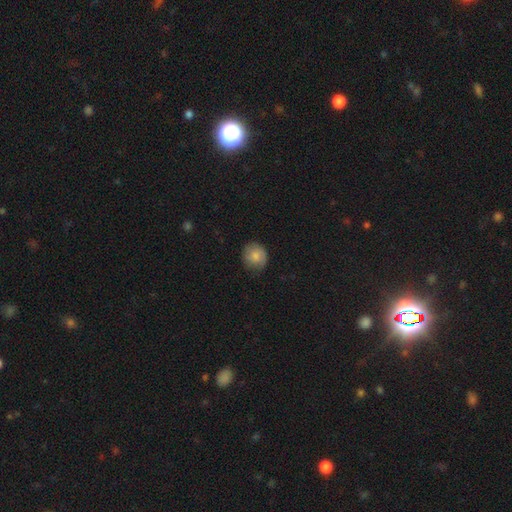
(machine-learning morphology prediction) type=smooth (79%); roundness=round (84%); merging=none (77%).